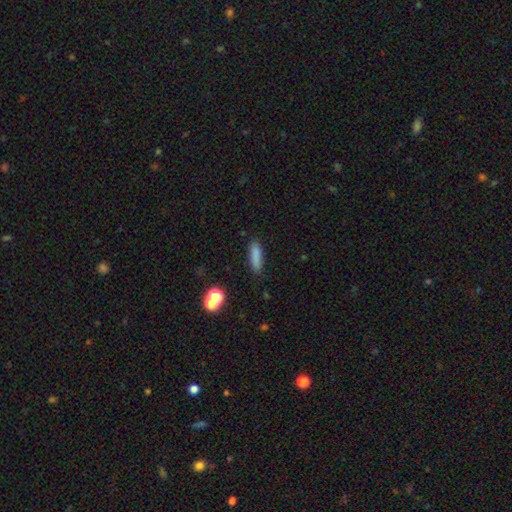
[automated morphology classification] A smooth galaxy with no disk features (82%) that is cigar-shaped (63%).

Vote fractions:
- Smooth or featured? smooth: 82% / star or artifact: 10% / featured or disk: 8%
- How rounded? cigar-shaped: 63% / in between: 34% / round: 2%
- Merging? none: 83% / minor disturbance: 11% / major disturbance: 3% / merger: 3%